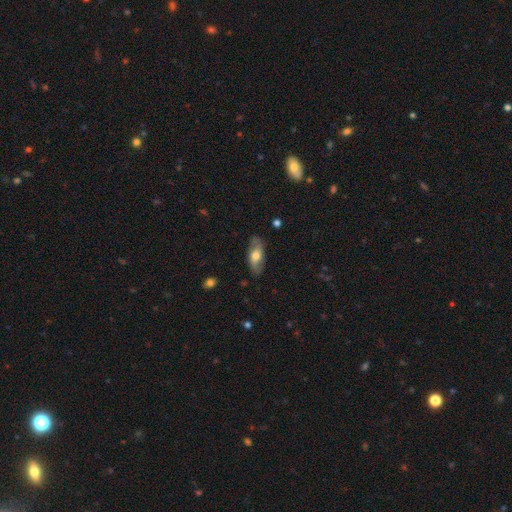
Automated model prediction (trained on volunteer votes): Smooth or featured? Predicted: smooth (p=0.54). How rounded? Predicted: in between (p=0.84). Merging? Predicted: none (p=0.81).